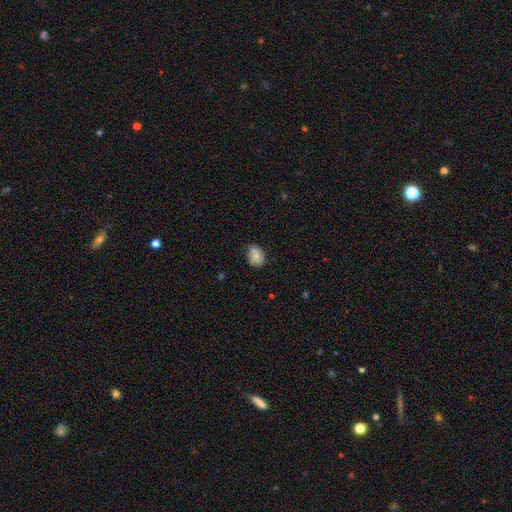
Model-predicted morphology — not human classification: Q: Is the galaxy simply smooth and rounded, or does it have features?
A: smooth — 73%.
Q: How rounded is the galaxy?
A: in between — 61%.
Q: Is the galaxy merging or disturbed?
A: none — 62%.